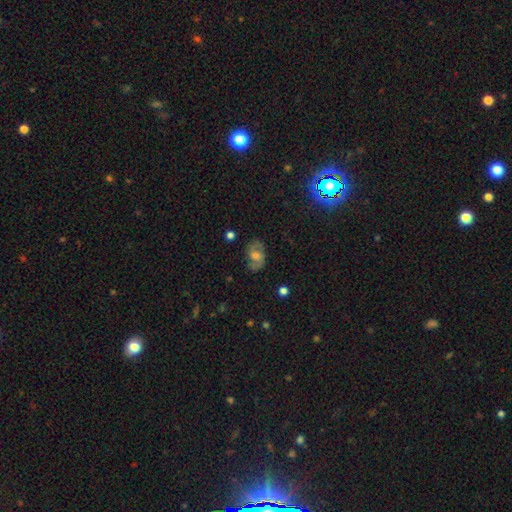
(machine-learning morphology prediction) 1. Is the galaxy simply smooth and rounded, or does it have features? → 53% featured or disk, 35% smooth, 13% star or artifact.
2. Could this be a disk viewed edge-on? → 94% no, 6% yes.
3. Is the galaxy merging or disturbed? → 74% none, 18% minor disturbance, 7% major disturbance, 2% merger.